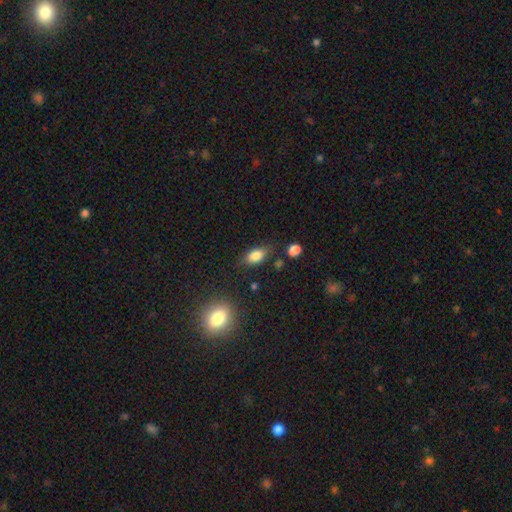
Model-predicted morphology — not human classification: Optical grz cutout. It shows a smooth galaxy with no disk features (83%) that is in between round and cigar-shaped (87%). Merging: none (73%).